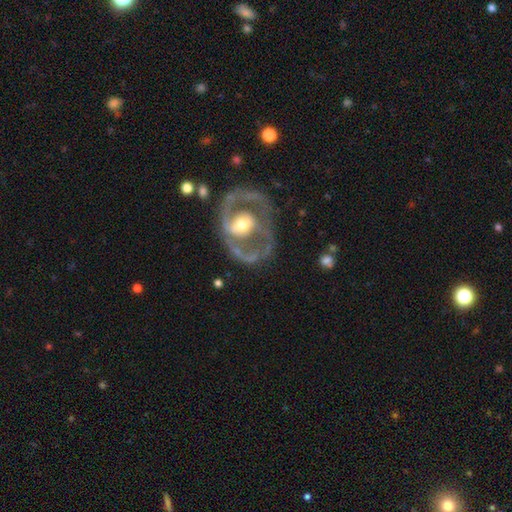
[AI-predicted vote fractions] Smooth or featured?
  - featured or disk: 84% *
  - smooth: 11%
  - star or artifact: 5%
Edge-on disk?
  - no: 96% *
  - yes: 4%
Bar?
  - no: 45% *
  - weak: 33%
  - strong: 22%
Spiral arms?
  - yes: 73% *
  - no: 27%
Spiral winding?
  - medium: 49% *
  - tight: 33%
  - loose: 19%
Spiral arm count?
  - 2: 75% *
  - can't tell: 9%
  - 1: 9%
  - 3: 3%
  - 4: 1%
  - more than 4: 1%
Bulge size?
  - moderate: 65% *
  - small: 20%
  - large: 12%
  - none: 1%
  - dominant: 1%
Merging?
  - none: 67% *
  - minor disturbance: 17%
  - major disturbance: 14%
  - merger: 2%